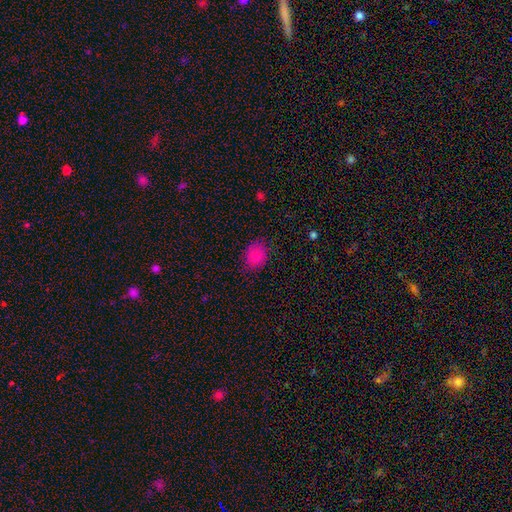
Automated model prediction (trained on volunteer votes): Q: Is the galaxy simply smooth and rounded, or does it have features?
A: smooth — 82%.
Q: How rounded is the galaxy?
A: in between — 58%.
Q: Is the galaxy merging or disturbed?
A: none — 77%.